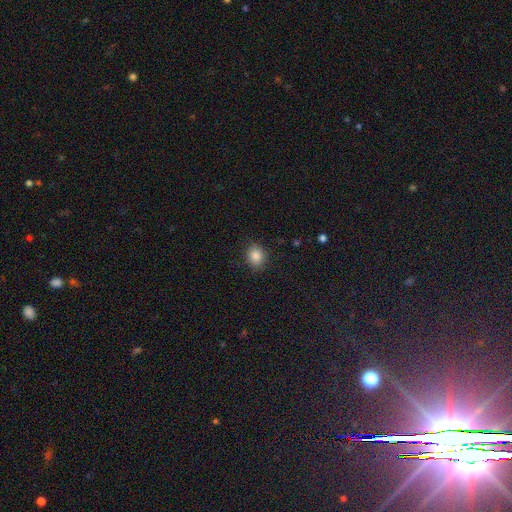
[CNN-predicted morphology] smooth 86%, star or artifact 10%, featured or disk 5%. Down the decision tree: how rounded — round (65%); merging — none (87%).